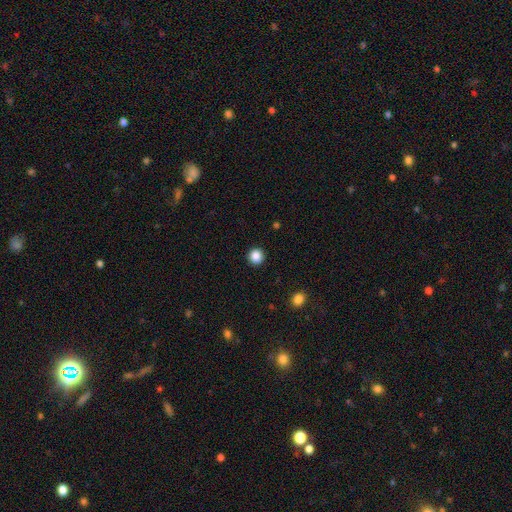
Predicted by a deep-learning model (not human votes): Smooth or featured?
  - smooth: 86% *
  - star or artifact: 10%
  - featured or disk: 3%
How rounded?
  - round: 93% *
  - in between: 6%
  - cigar-shaped: 1%
Merging?
  - none: 93% *
  - minor disturbance: 5%
  - major disturbance: 2%
  - merger: 1%